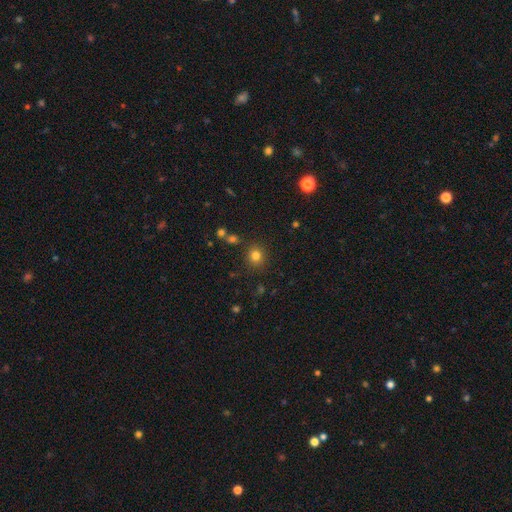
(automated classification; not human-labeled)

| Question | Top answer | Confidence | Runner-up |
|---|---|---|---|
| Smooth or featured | smooth | 80% | star or artifact (14%) |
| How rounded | round | 85% | in between (14%) |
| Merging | none | 86% | minor disturbance (8%) |